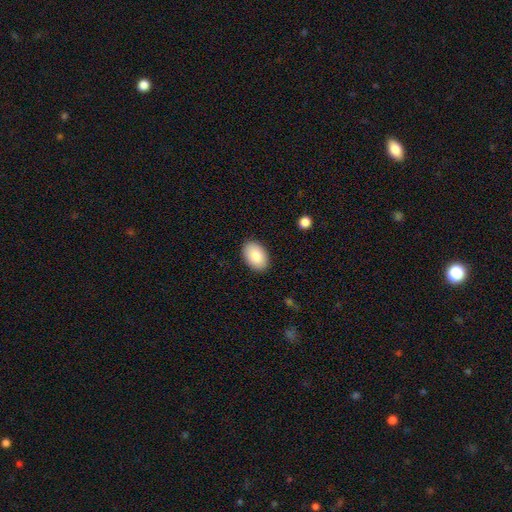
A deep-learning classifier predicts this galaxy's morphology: Smooth or featured? smooth (86%)
How rounded? in between (90%)
Merging? none (89%)